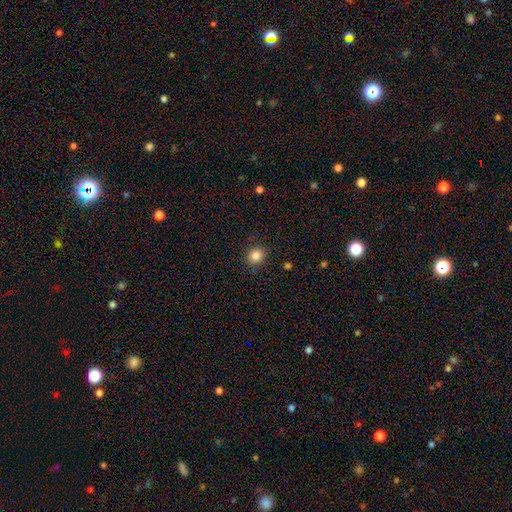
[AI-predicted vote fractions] Smooth or featured? Predicted: smooth (p=0.85). How rounded? Predicted: round (p=0.79). Merging? Predicted: none (p=0.88).